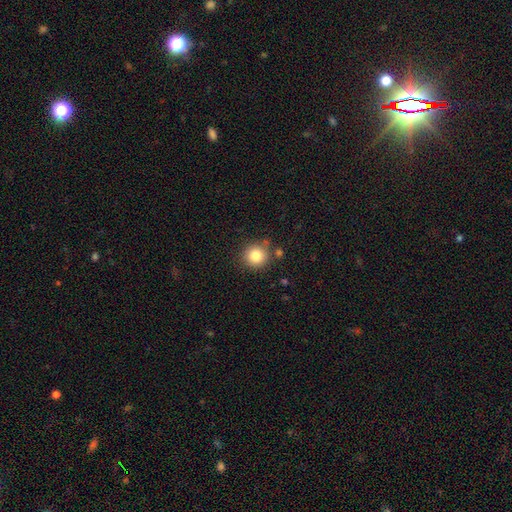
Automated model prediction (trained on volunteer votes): Smooth or featured? Predicted: smooth (p=0.82). How rounded? Predicted: round (p=0.92). Merging? Predicted: none (p=0.83).